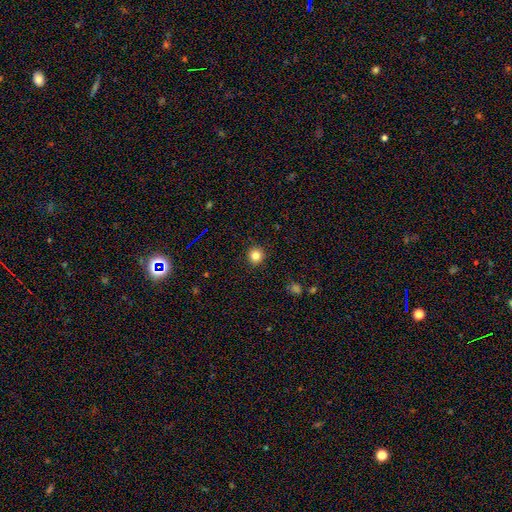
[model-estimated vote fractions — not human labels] Overall: smooth (82%). How rounded: round (94%). Merging: none (92%).